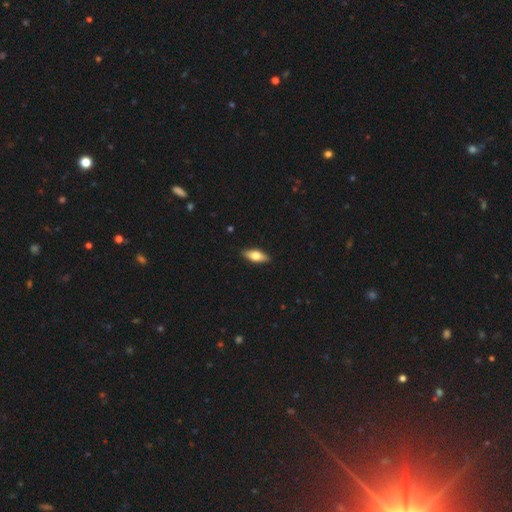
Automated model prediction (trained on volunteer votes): Smooth or featured?
  - smooth: 67% *
  - featured or disk: 28%
  - star or artifact: 6%
How rounded?
  - in between: 73% *
  - cigar-shaped: 24%
  - round: 3%
Merging?
  - none: 89% *
  - minor disturbance: 8%
  - major disturbance: 2%
  - merger: 1%